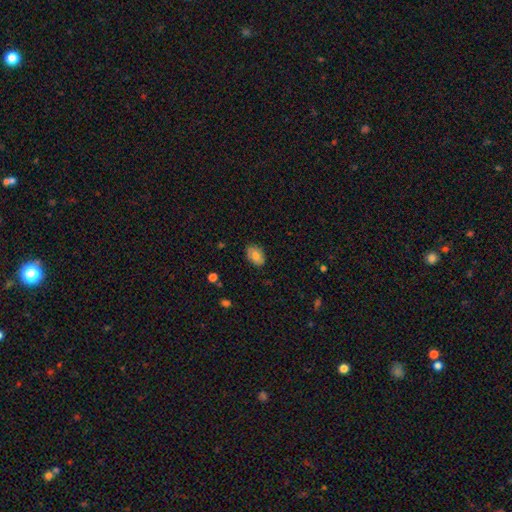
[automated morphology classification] A smooth galaxy with no disk features (77%) that is in between round and cigar-shaped (84%). Merging: none (84%).